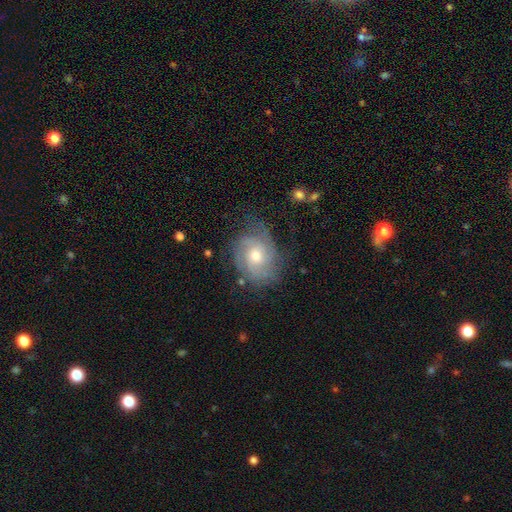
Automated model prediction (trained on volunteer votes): Overall: featured or disk (72%). Edge-on disk: no (97%). Bar: no (75%). Spiral arms: yes (90%). Spiral arm count: can't tell (34%; 3 25%). Spiral winding: tight (54%; medium 35%). Bulge size: moderate (69%). Merging: none (67%).